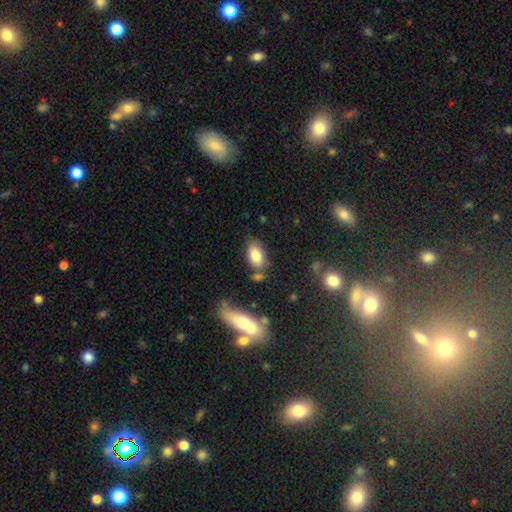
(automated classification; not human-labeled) A smooth galaxy with no disk features (81%) that is in between round and cigar-shaped (92%). Merging: none (68%).